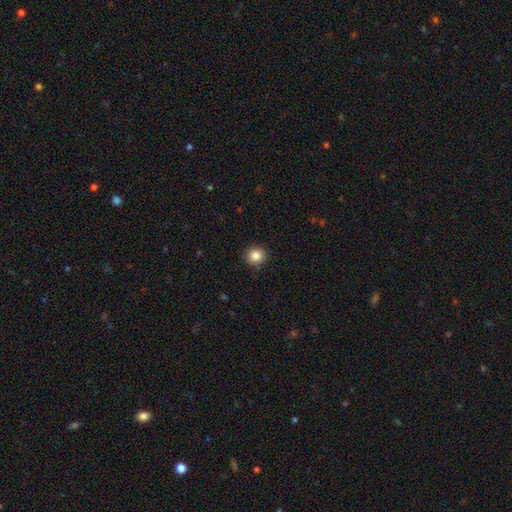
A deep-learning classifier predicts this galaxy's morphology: The model was most divided on "smooth or featured": smooth: 85%, star or artifact: 10%, featured or disk: 5%. More confident: merging — none (91%); how rounded — round (90%).